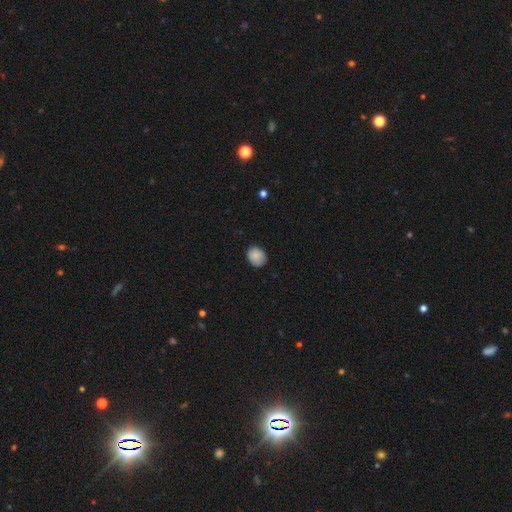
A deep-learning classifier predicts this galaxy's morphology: type=smooth (86%); roundness=round (59%); merging=none (79%).